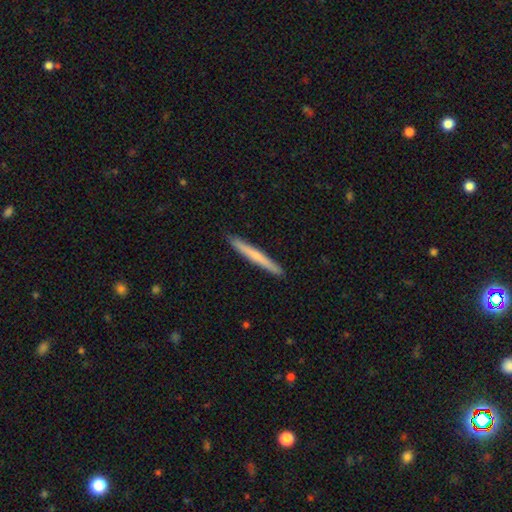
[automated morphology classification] This is possibly a smooth galaxy (57%). How rounded: clearly cigar-shaped (97%). Merging: clearly none (92%).